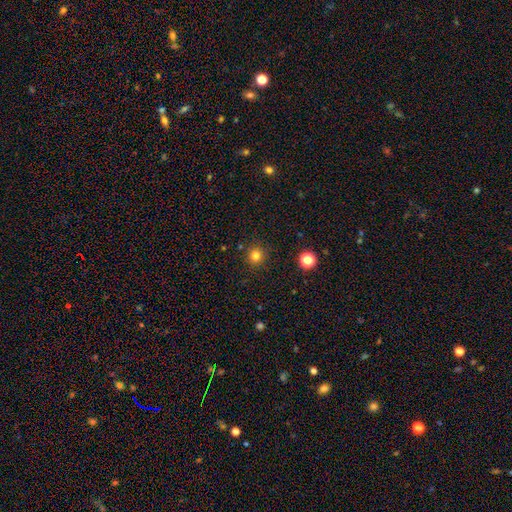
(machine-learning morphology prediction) smooth 80%, star or artifact 14%, featured or disk 5%. Down the decision tree: how rounded — round (93%); merging — none (89%).